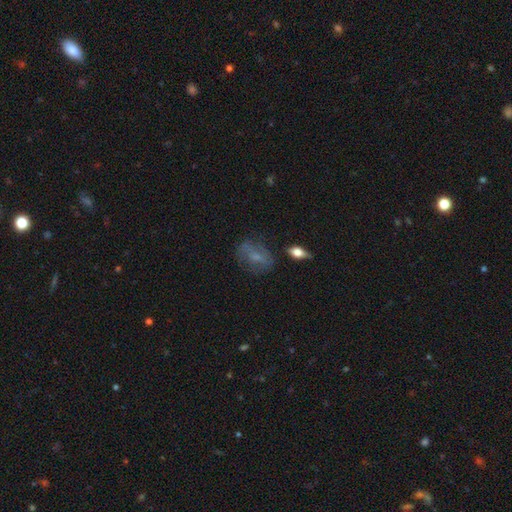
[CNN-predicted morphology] The model was most divided on "smooth or featured": smooth: 44%, featured or disk: 42%, star or artifact: 14%. More confident: merging — none (61%).